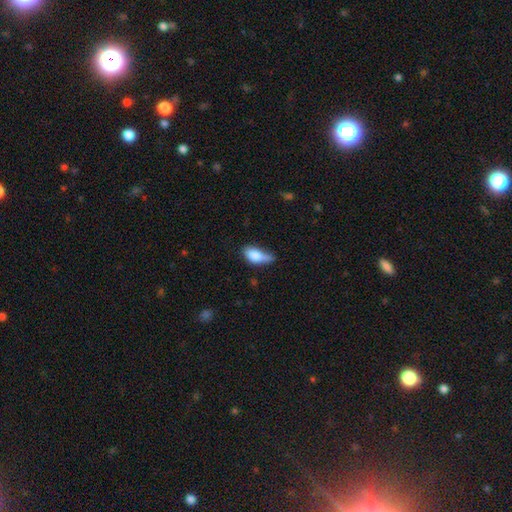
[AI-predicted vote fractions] Smooth or featured?
  - smooth: 78% *
  - featured or disk: 15%
  - star or artifact: 7%
How rounded?
  - in between: 85% *
  - cigar-shaped: 10%
  - round: 5%
Merging?
  - minor disturbance: 42% *
  - none: 30%
  - major disturbance: 20%
  - merger: 8%